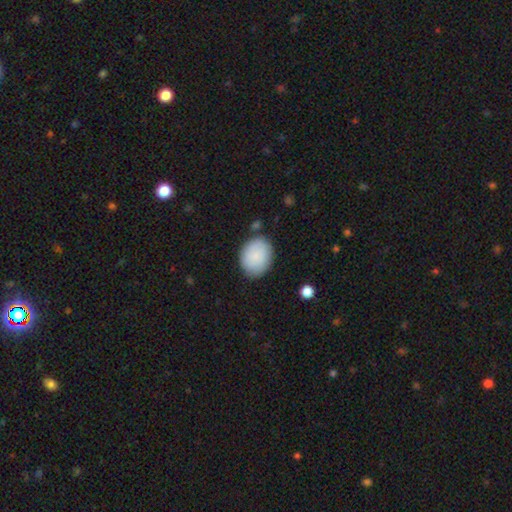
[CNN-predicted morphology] This is clearly a smooth galaxy (87%). How rounded: possibly in between (58%). Merging: likely none (79%).